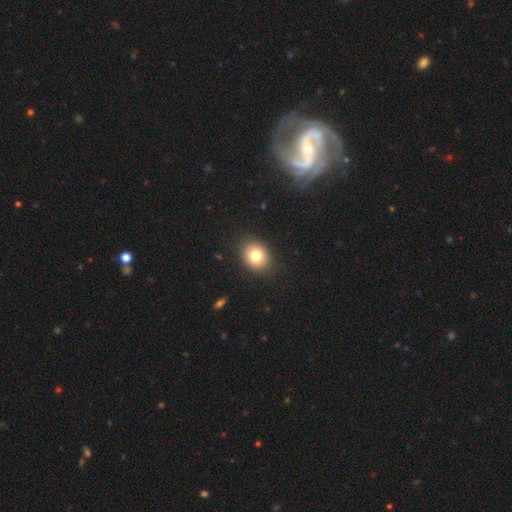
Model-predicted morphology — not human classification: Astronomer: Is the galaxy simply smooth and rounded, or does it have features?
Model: smooth — 78%.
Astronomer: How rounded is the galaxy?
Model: round — 53% (runner-up: in between, 46%).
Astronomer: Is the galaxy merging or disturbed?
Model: none — 87%.